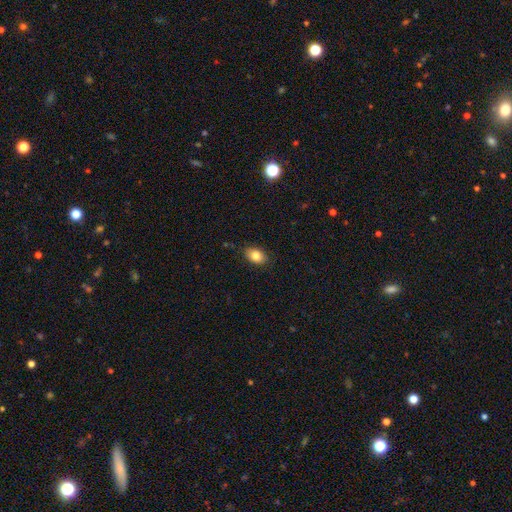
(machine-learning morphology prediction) Smooth or featured?
  - smooth: 83% *
  - featured or disk: 8%
  - star or artifact: 8%
How rounded?
  - in between: 82% *
  - round: 17%
  - cigar-shaped: 1%
Merging?
  - none: 82% *
  - minor disturbance: 14%
  - major disturbance: 3%
  - merger: 1%